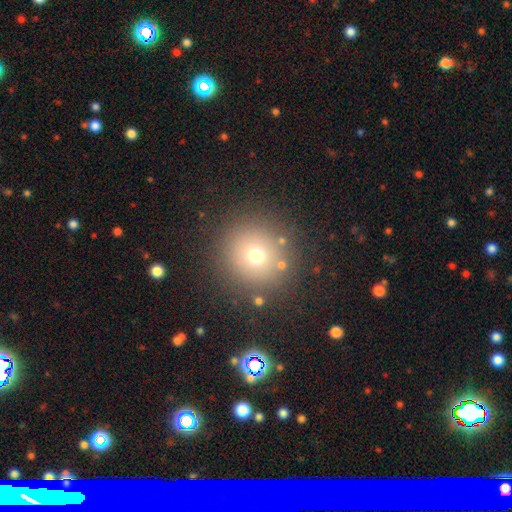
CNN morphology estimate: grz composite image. It shows a smooth galaxy with no disk features (67%) that is round (94%). Merging: none (85%).